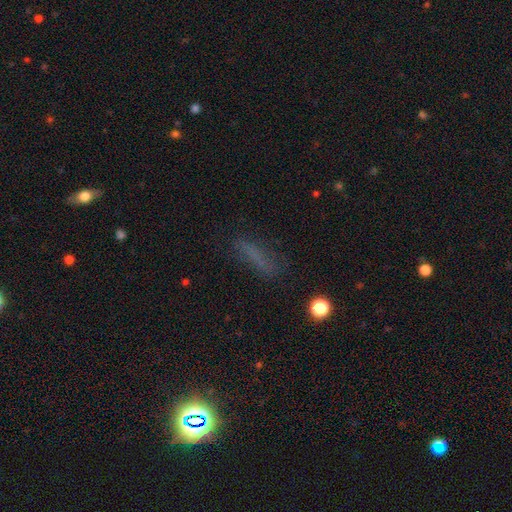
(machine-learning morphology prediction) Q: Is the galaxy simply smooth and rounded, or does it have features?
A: smooth — 62%.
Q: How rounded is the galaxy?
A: cigar-shaped — 74%.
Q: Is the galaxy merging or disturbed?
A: none — 75%.